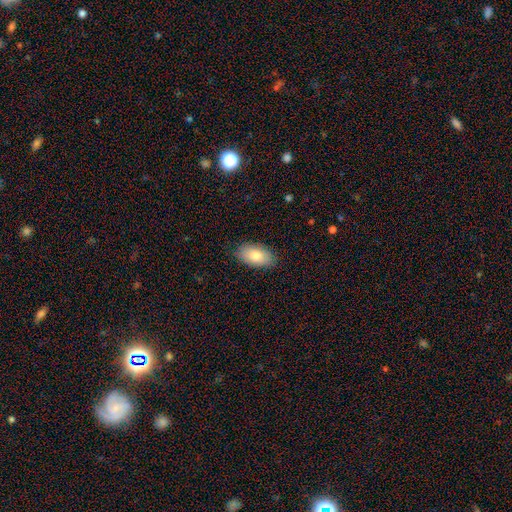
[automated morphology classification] type=smooth (81%); roundness=in between (94%); merging=none (86%).